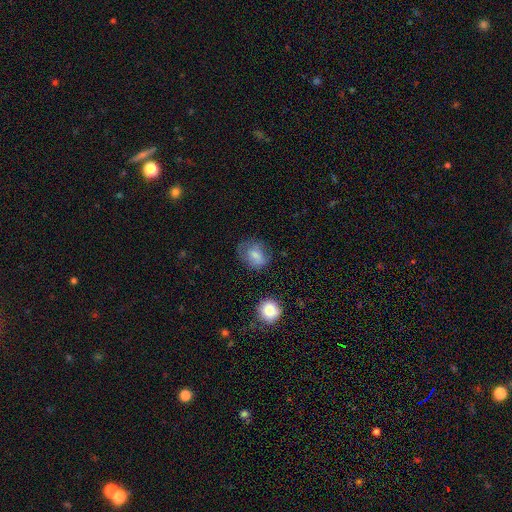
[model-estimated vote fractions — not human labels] This is likely a smooth galaxy (76%). How rounded: possibly in between (53%). Merging: possibly none (55%).